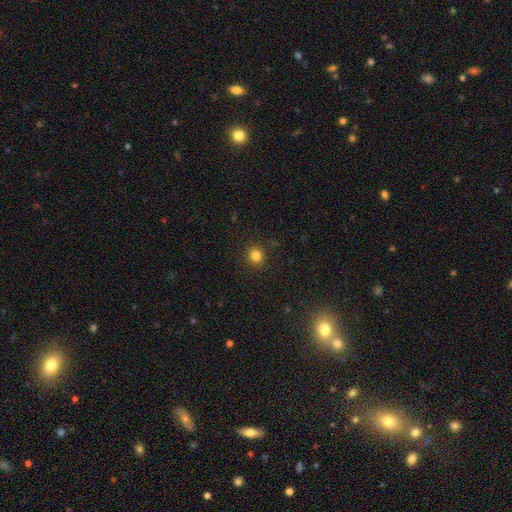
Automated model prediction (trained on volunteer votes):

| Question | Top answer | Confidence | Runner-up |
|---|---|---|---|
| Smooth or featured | smooth | 82% | star or artifact (13%) |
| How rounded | round | 88% | in between (11%) |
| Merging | none | 91% | minor disturbance (6%) |